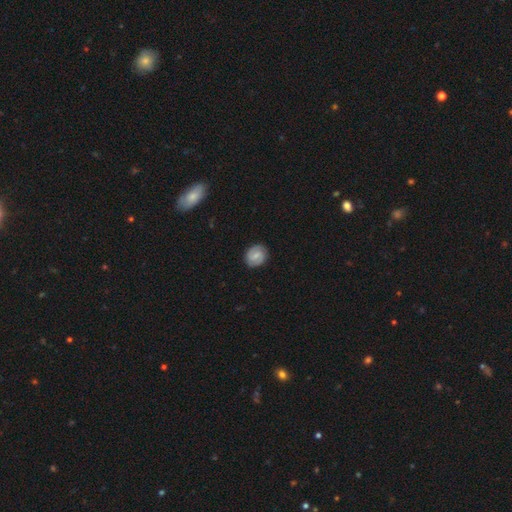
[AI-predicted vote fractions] The model was most divided on "spiral winding": tight: 44%, medium: 43%, loose: 13%. More confident: edge-on disk — no (98%); spiral arms — yes (91%); spiral arm count — 2 (87%); merging — none (86%); smooth or featured — featured or disk (64%); bar — weak (56%); bulge size — small (51%).